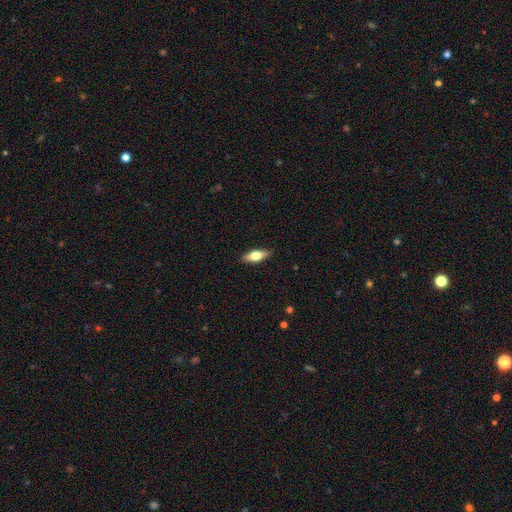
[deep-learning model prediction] smooth-or-featured: smooth: 59% | featured or disk: 34% | star or artifact: 6%
  how-rounded: in between: 68% | cigar-shaped: 29% | round: 3%
  merging: none: 87% | minor disturbance: 10% | major disturbance: 2% | merger: 1%